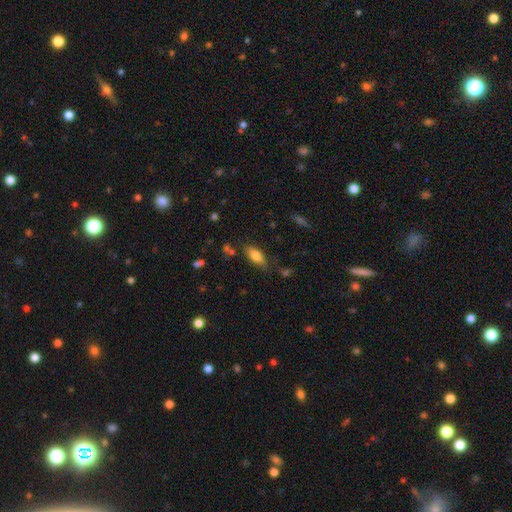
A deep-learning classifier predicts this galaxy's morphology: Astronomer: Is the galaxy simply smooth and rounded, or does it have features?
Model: smooth — 81%.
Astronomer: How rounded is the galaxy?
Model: in between — 83%.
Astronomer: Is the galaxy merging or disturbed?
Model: none — 72%.